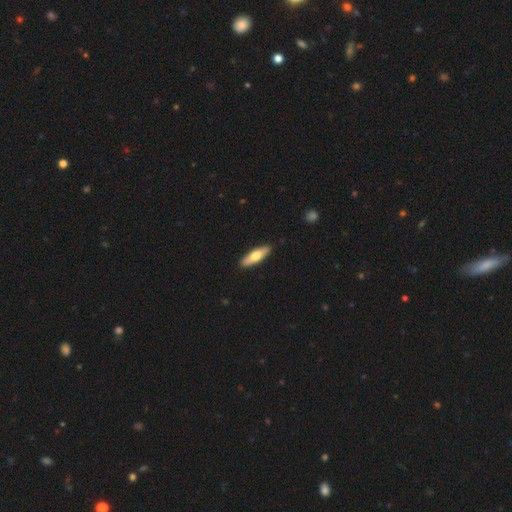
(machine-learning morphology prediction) This is possibly a smooth galaxy (60%). How rounded: likely cigar-shaped (63%). Merging: clearly none (91%).